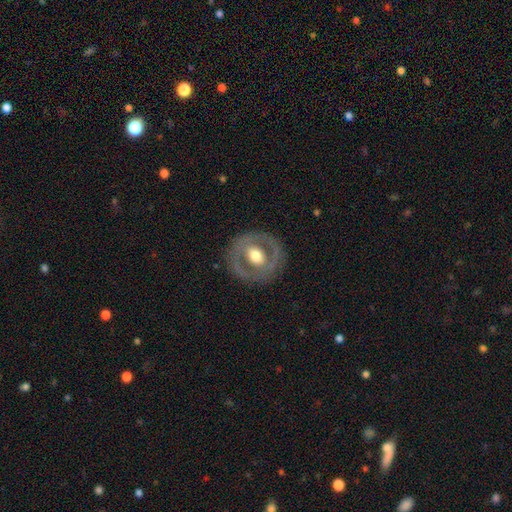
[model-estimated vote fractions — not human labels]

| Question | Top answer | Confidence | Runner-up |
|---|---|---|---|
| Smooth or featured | featured or disk | 60% | smooth (35%) |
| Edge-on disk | no | 95% | yes (5%) |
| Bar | no | 62% | weak (24%) |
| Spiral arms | no | 80% | yes (20%) |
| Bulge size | moderate | 61% | large (31%) |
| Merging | none | 81% | minor disturbance (11%) |